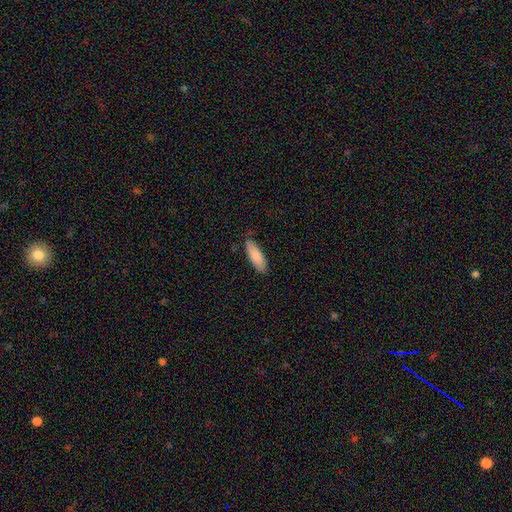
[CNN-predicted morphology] The model was most divided on "how rounded": in between: 58%, cigar-shaped: 41%, round: 1%. More confident: smooth or featured — smooth (87%); merging — none (79%).